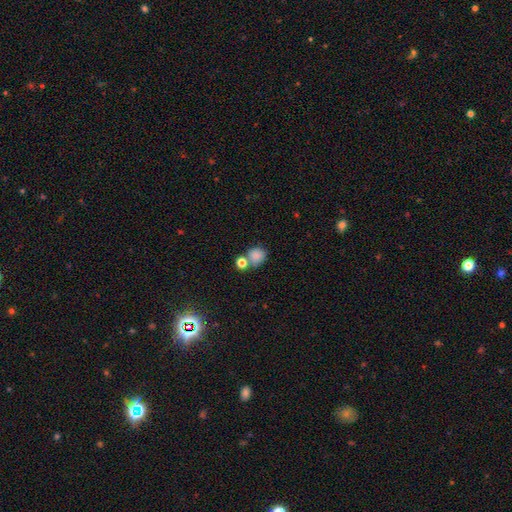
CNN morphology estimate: Smooth or featured? smooth (82%)
How rounded? round (80%)
Merging? none (53%)